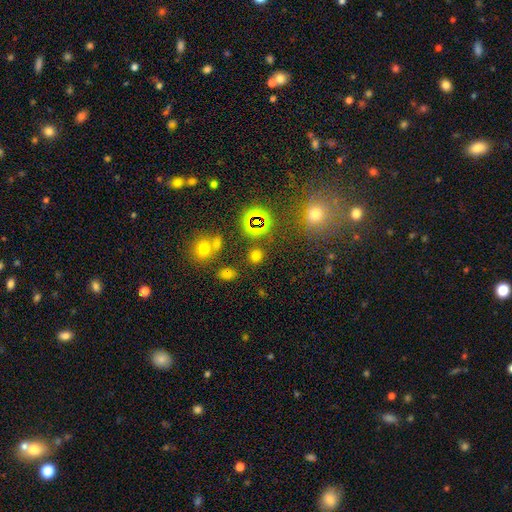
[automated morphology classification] smooth-or-featured: smooth: 63% | star or artifact: 30% | featured or disk: 7%
  how-rounded: round: 75% | in between: 23% | cigar-shaped: 2%
  merging: none: 80% | minor disturbance: 8% | merger: 7% | major disturbance: 4%